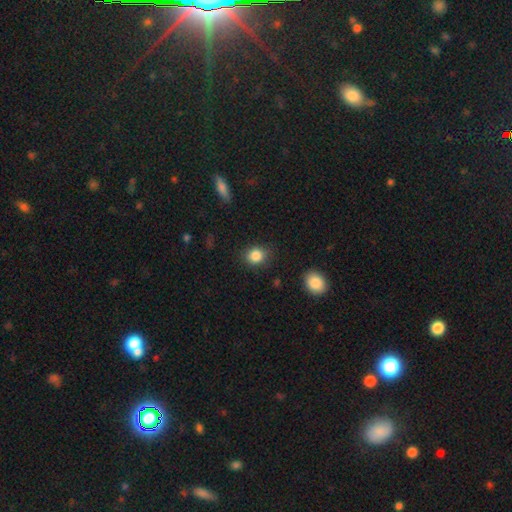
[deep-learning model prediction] smooth_or_featured: smooth (p=0.86) [alt: star or artifact p=0.10]
how_rounded: round (p=0.73) [alt: in between p=0.26]
merging: none (p=0.82) [alt: minor disturbance p=0.13]